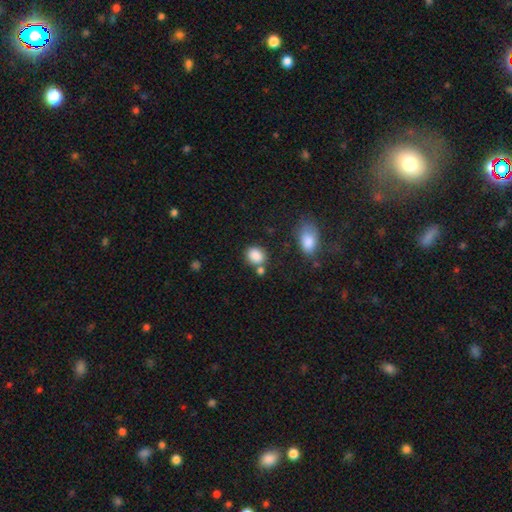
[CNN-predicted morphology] The model was most divided on "how rounded": round: 56%, in between: 43%, cigar-shaped: 1%. More confident: smooth or featured — smooth (87%); merging — none (65%).